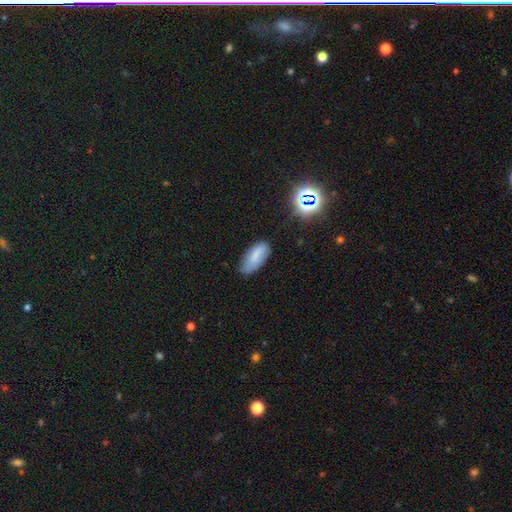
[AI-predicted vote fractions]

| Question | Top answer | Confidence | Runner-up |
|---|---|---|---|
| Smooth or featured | smooth | 78% | featured or disk (12%) |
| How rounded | in between | 84% | cigar-shaped (13%) |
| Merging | none | 67% | minor disturbance (25%) |